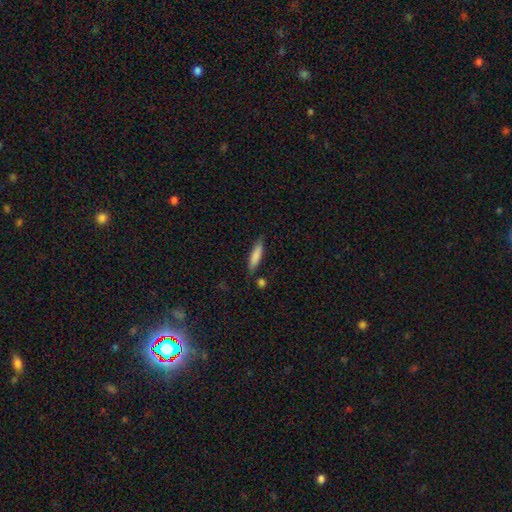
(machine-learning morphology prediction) The model was most divided on "how rounded": cigar-shaped: 76%, in between: 23%, round: 2%. More confident: smooth or featured — smooth (81%); merging — none (77%).